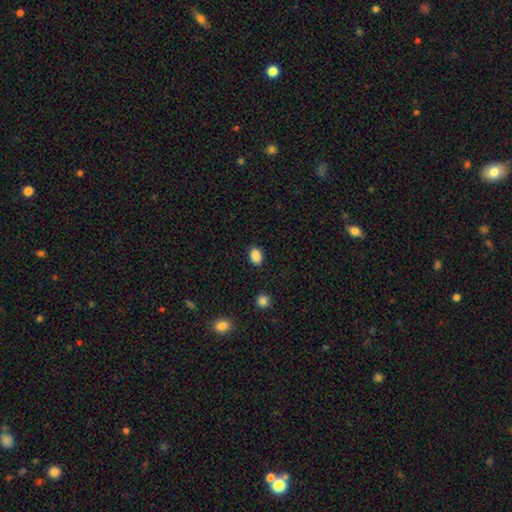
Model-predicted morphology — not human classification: The model was most divided on "how rounded": in between: 78%, round: 21%, cigar-shaped: 1%. More confident: smooth or featured — smooth (88%); merging — none (86%).